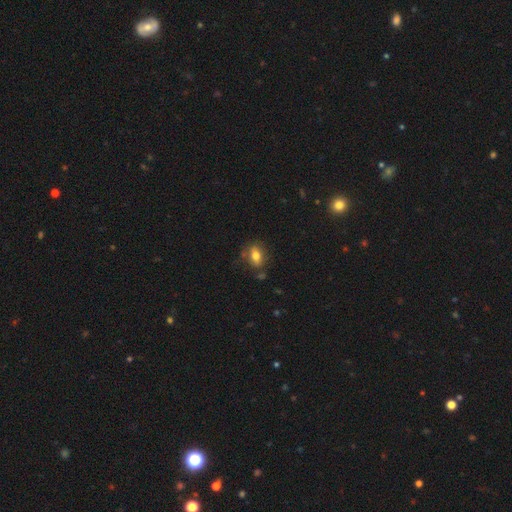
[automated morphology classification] This is likely a smooth galaxy (77%). How rounded: clearly in between (81%). Merging: likely none (71%).